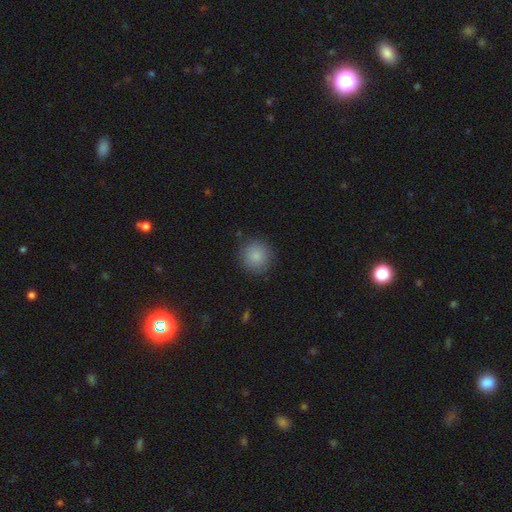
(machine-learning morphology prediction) This appears to be a smooth galaxy with no disk features (85%) that is round (94%). Merging: none (87%).